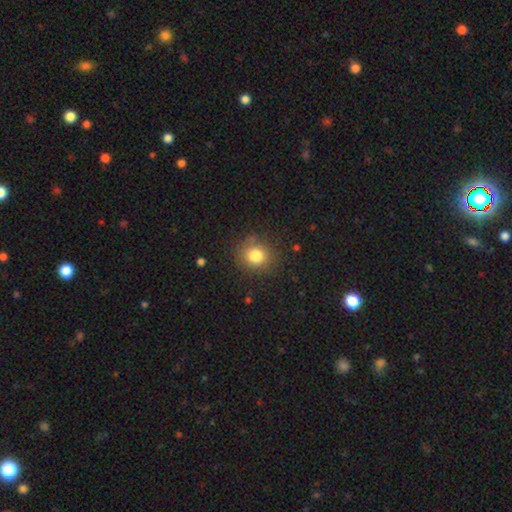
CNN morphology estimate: Smooth or featured: smooth — 81% (star or artifact — 12%)
How rounded: round — 83% (in between — 16%)
Merging: none — 83% (minor disturbance — 11%)